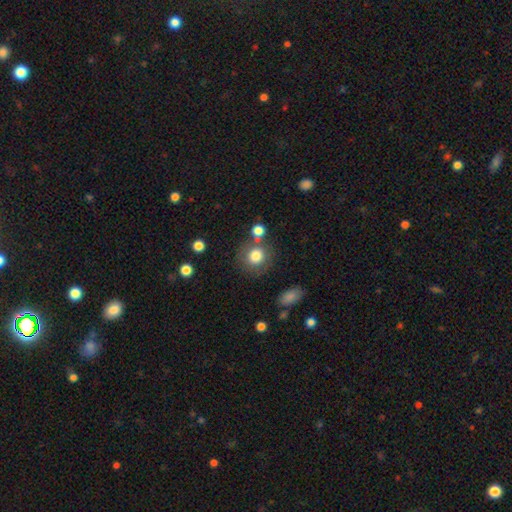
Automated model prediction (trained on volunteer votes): Overall: smooth (79%). How rounded: round (85%). Merging: none (68%).